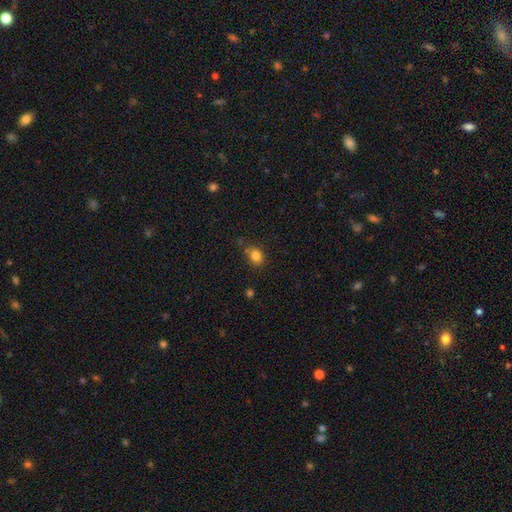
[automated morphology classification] This is clearly a smooth galaxy (82%). How rounded: possibly round (53%). Merging: likely none (73%).